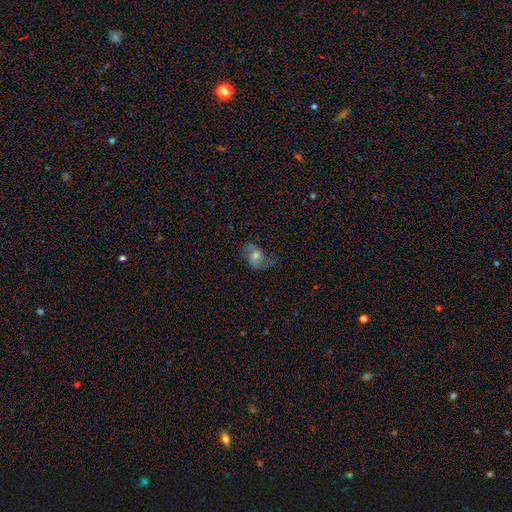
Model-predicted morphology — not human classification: smooth-or-featured: featured or disk: 60% | smooth: 29% | star or artifact: 11%
  disk-edge-on: no: 96% | yes: 4%
    bar: no: 55% | weak: 35% | strong: 10%
    has-spiral-arms: yes: 88% | no: 12%
      spiral-winding: loose: 54% | medium: 36% | tight: 10%
      spiral-arm-count: 2: 86% | can't tell: 6% | 1: 5% | 3: 1% | 4: 1% | more than 4: 1%
    bulge-size: moderate: 58% | small: 29% | large: 9% | none: 3% | dominant: 2%
  merging: none: 64% | minor disturbance: 21% | major disturbance: 13% | merger: 2%